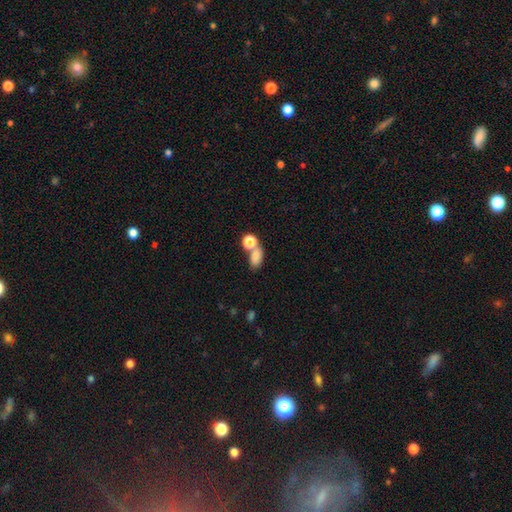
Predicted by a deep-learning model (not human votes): This is likely a smooth galaxy (80%). How rounded: clearly in between (81%). Merging: marginally none (43%).